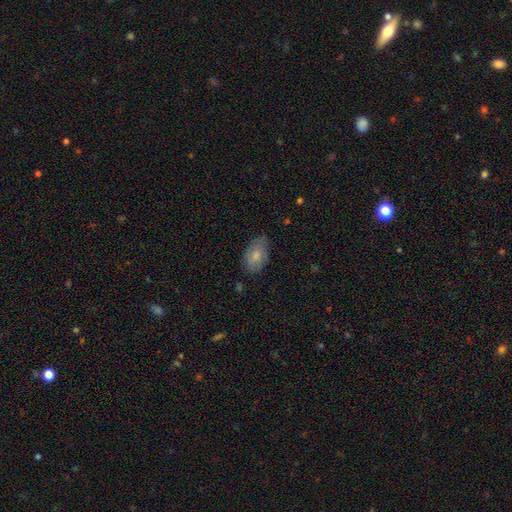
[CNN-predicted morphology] Q: Smooth or featured?
A: smooth (74%); runner-up: featured or disk (20%)
Q: How rounded?
A: in between (92%); runner-up: round (6%)
Q: Merging?
A: none (70%); runner-up: minor disturbance (24%)